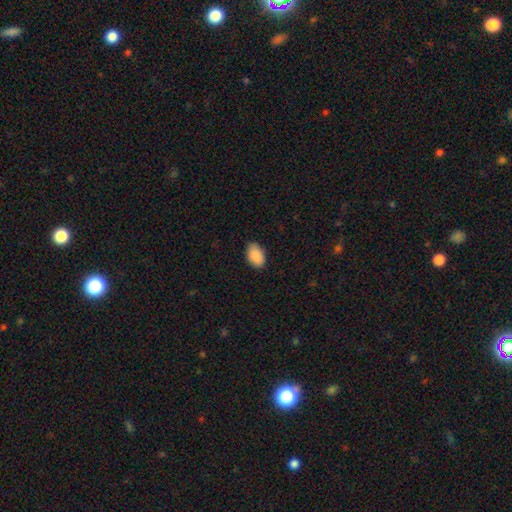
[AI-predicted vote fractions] Q: Smooth or featured?
A: smooth (90%); runner-up: star or artifact (6%)
Q: How rounded?
A: in between (92%); runner-up: round (7%)
Q: Merging?
A: none (83%); runner-up: minor disturbance (13%)